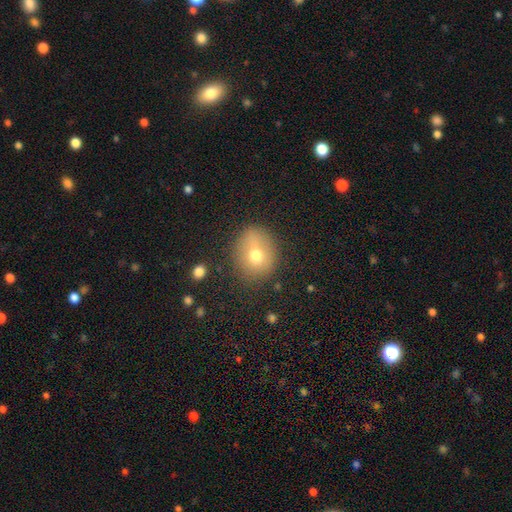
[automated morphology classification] Smooth or featured? Predicted: smooth (p=0.70). How rounded? Predicted: round (p=0.74). Merging? Predicted: none (p=0.71).